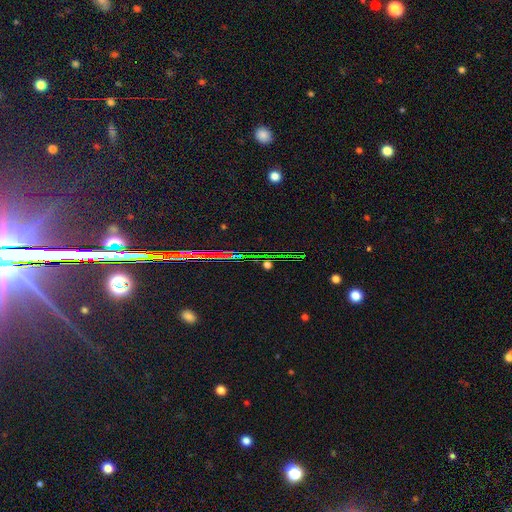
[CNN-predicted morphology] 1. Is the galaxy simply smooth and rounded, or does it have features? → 84% star or artifact, 9% featured or disk, 7% smooth.